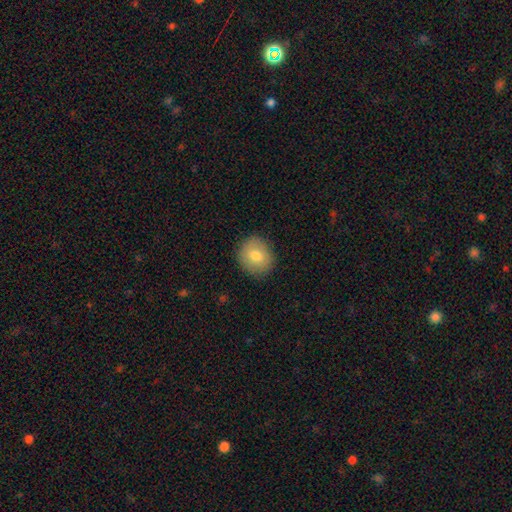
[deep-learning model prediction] This is likely a smooth galaxy (78%). How rounded: likely round (79%). Merging: clearly none (89%).